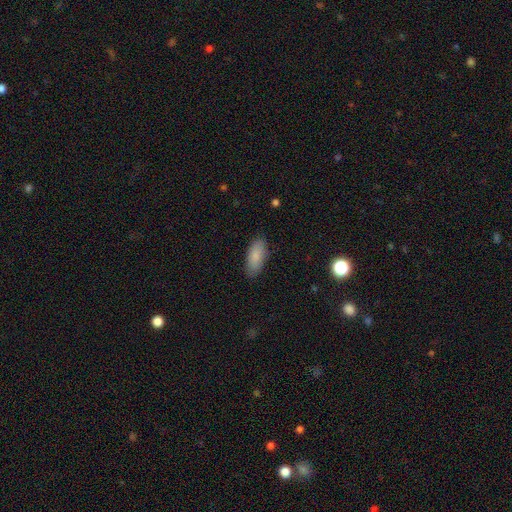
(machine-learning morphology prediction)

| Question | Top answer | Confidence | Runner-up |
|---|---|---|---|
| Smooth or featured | smooth | 86% | featured or disk (8%) |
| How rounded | in between | 86% | cigar-shaped (12%) |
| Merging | none | 85% | minor disturbance (12%) |